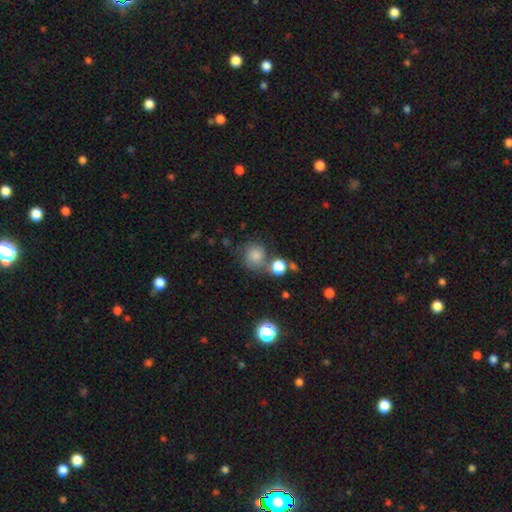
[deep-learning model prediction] A smooth galaxy with no disk features (77%) that is round (84%).

Vote fractions:
- Smooth or featured? smooth: 77% / star or artifact: 12% / featured or disk: 11%
- How rounded? round: 84% / in between: 15% / cigar-shaped: 1%
- Merging? none: 56% / merger: 19% / minor disturbance: 17% / major disturbance: 8%